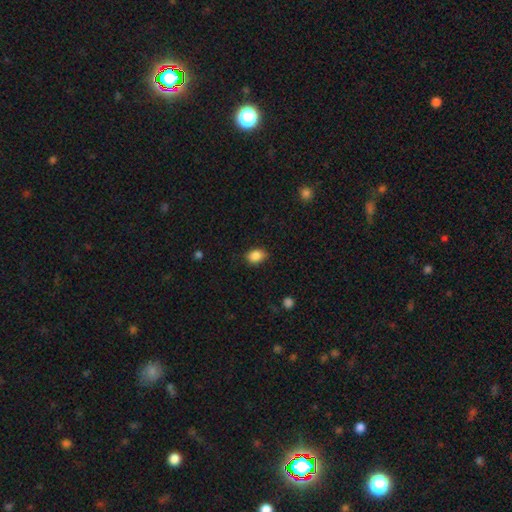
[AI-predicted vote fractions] Q: Smooth or featured?
A: smooth (88%); runner-up: star or artifact (9%)
Q: How rounded?
A: in between (70%); runner-up: round (29%)
Q: Merging?
A: none (81%); runner-up: minor disturbance (15%)